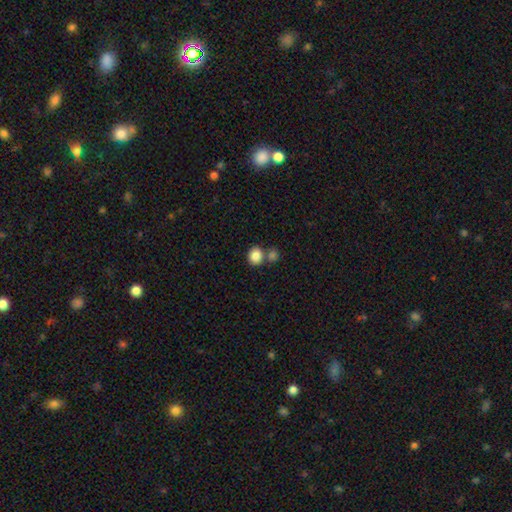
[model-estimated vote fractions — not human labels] Overall: smooth (86%). How rounded: round (75%). Merging: none (60%; merger 29%).